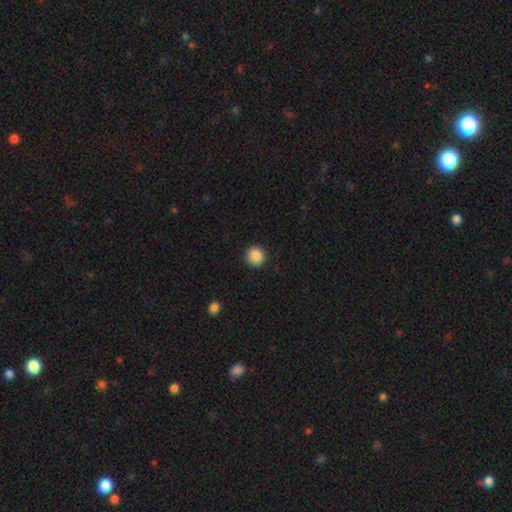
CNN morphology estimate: Smooth or featured? smooth (88%)
How rounded? round (94%)
Merging? none (92%)